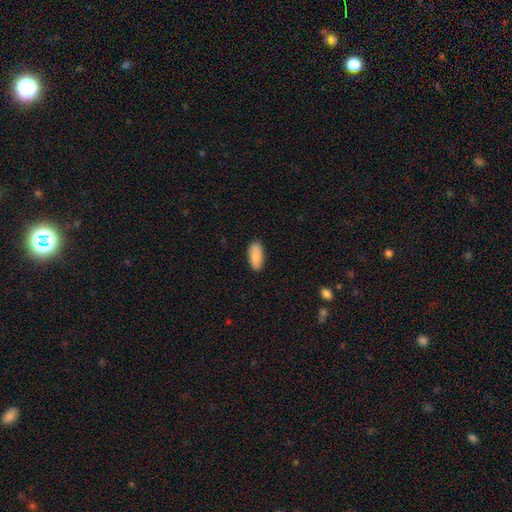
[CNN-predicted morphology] The model was most divided on "how rounded": in between: 86%, cigar-shaped: 12%, round: 2%. More confident: smooth or featured — smooth (89%); merging — none (88%).